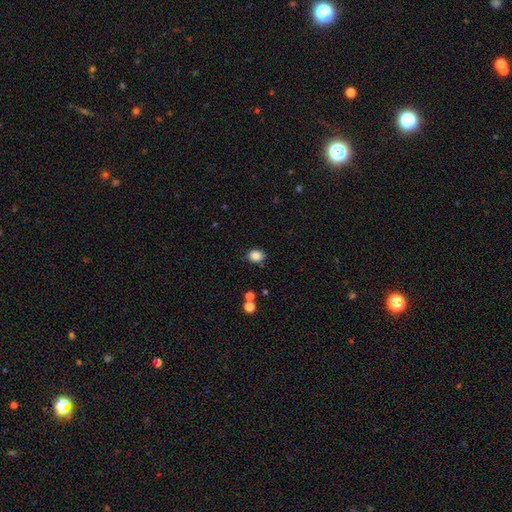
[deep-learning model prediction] Smooth or featured: smooth — 86% (star or artifact — 10%)
How rounded: round — 50% (in between — 49%)
Merging: none — 80% (minor disturbance — 14%)